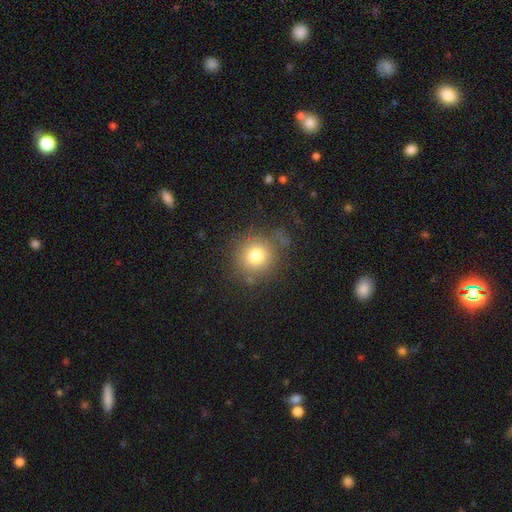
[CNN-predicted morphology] smooth 77%, star or artifact 13%, featured or disk 10%. Down the decision tree: how rounded — round (90%); merging — none (79%).